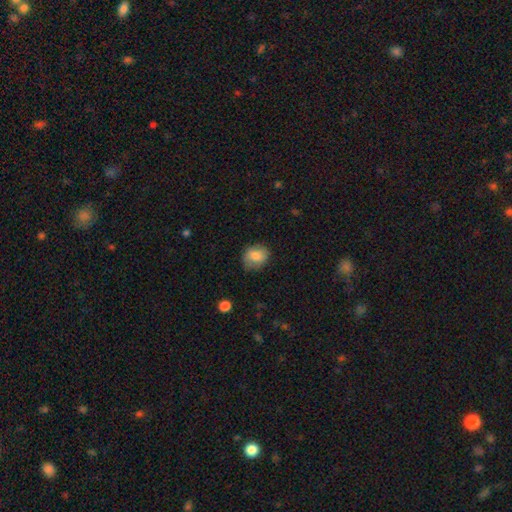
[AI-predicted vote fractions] Q: Smooth or featured?
A: smooth (76%); runner-up: featured or disk (16%)
Q: How rounded?
A: round (59%); runner-up: in between (41%)
Q: Merging?
A: none (70%); runner-up: minor disturbance (23%)